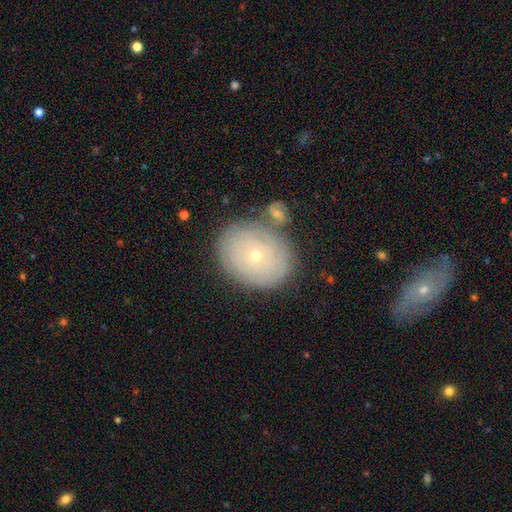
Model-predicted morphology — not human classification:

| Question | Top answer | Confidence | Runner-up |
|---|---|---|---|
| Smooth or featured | featured or disk | 55% | smooth (36%) |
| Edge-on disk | no | 96% | yes (4%) |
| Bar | no | 91% | weak (8%) |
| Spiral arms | yes | 60% | no (40%) |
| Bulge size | small | 76% | moderate (21%) |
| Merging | none | 72% | minor disturbance (14%) |